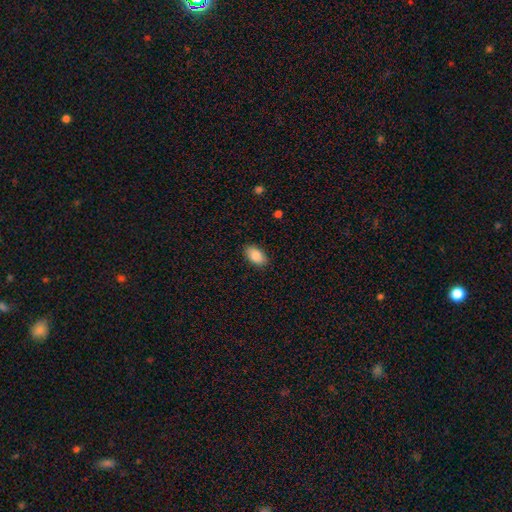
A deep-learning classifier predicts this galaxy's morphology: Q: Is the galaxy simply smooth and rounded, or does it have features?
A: smooth — 86%.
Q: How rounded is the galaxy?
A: in between — 93%.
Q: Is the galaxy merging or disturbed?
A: none — 87%.